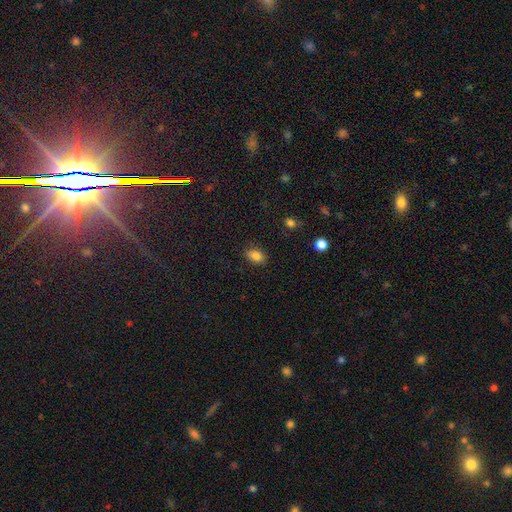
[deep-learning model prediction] A smooth galaxy with no disk features (84%) that is in between round and cigar-shaped (84%). Merging: none (85%).